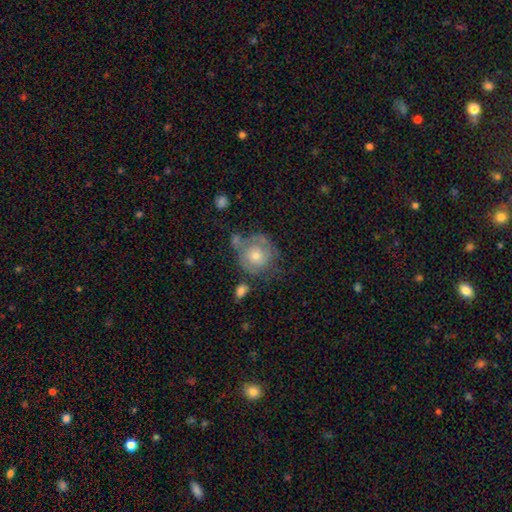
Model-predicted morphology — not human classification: Smooth or featured: featured or disk — 57% (smooth — 35%)
Edge-on disk: no — 97% (yes — 3%)
Bar: no — 83% (weak — 14%)
Spiral arms: yes — 71% (no — 29%)
Bulge size: moderate — 59% (small — 33%)
Merging: none — 52% (minor disturbance — 23%)